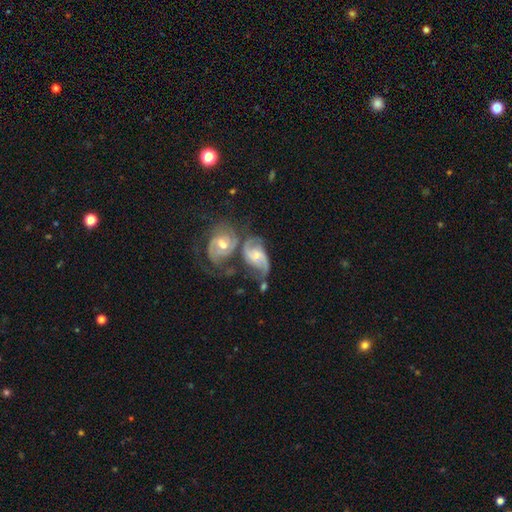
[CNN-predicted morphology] A featured or disk galaxy (84%) with a weak bar (49%), 2 (85%) medium (47%) spiral arms (96%) and a small central bulge (44%). Merging: merger (43%).